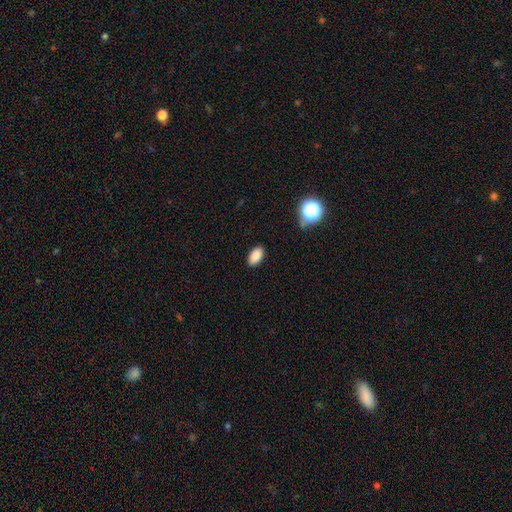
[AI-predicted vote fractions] A smooth galaxy with no disk features (87%) that is in between round and cigar-shaped (93%). Merging: none (87%).